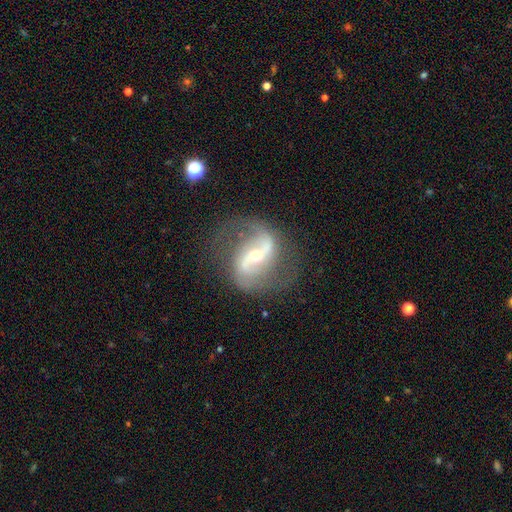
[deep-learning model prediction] featured or disk 88%, star or artifact 6%, smooth 6%. Down the decision tree: edge-on disk — no (97%); bar — strong (39%); spiral arms — yes (95%); spiral arm count — 2 (92%); spiral winding — loose (50%); bulge size — small (49%); merging — none (73%).